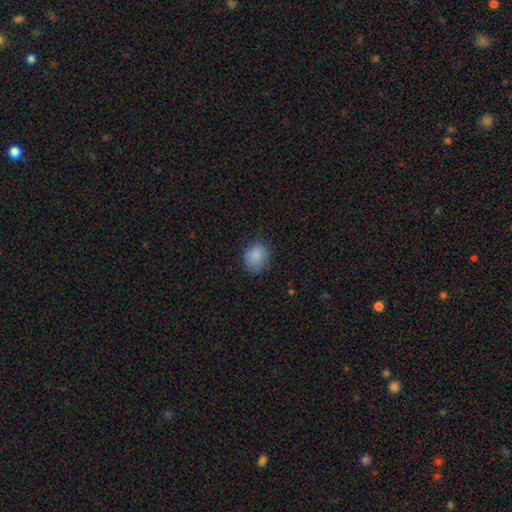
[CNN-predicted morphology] Smooth or featured: smooth — 85% (star or artifact — 8%)
How rounded: round — 64% (in between — 35%)
Merging: none — 74% (minor disturbance — 20%)